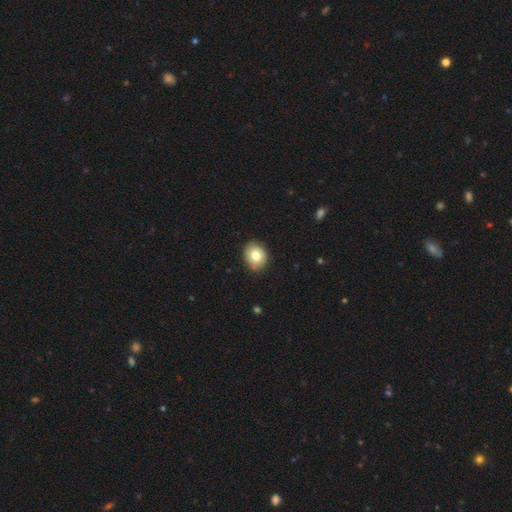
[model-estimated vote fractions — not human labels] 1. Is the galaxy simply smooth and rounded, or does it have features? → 79% smooth, 13% featured or disk, 8% star or artifact.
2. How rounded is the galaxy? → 58% round, 41% in between, 1% cigar-shaped.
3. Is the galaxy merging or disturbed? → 86% none, 11% minor disturbance, 2% major disturbance, 1% merger.